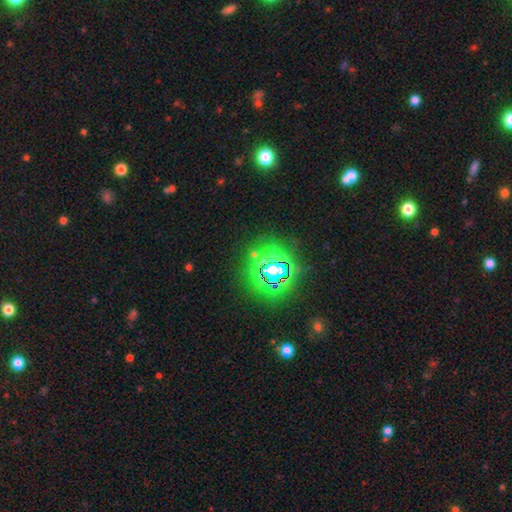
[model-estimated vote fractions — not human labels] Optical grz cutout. It shows a star or artifact, not a galaxy (74%).